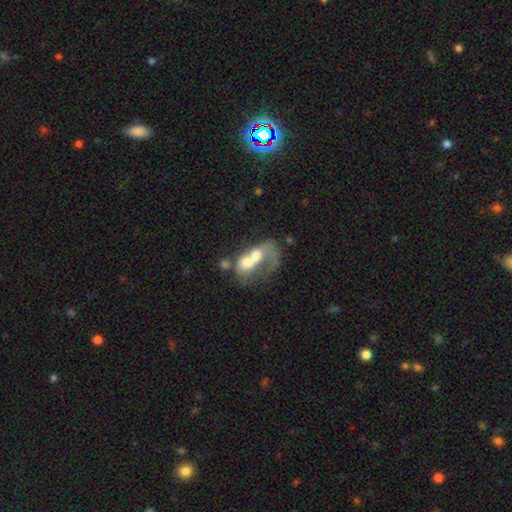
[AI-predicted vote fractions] Smooth or featured? Predicted: featured or disk (p=0.49). Merging? Predicted: merger (p=0.69).